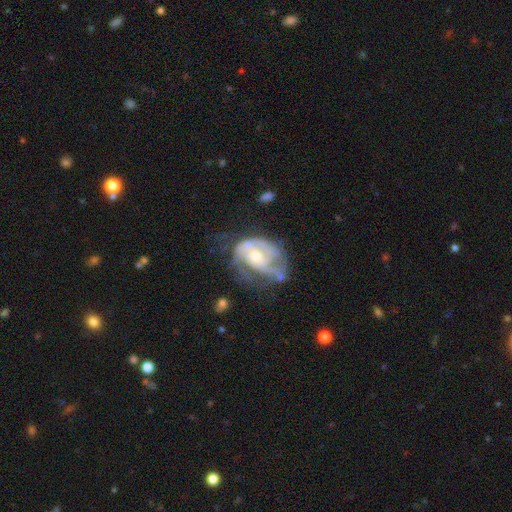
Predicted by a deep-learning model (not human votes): This is likely a featured or disk galaxy (76%). It is clearly not viewed edge-on (97%). Bar: likely no (71%). Spiral arm pattern: likely yes (74%). Spiral arm count: marginally can't tell (37%). Spiral winding: marginally tight (41%). Central bulge: possibly small (52%). Merging: marginally major disturbance (40%).